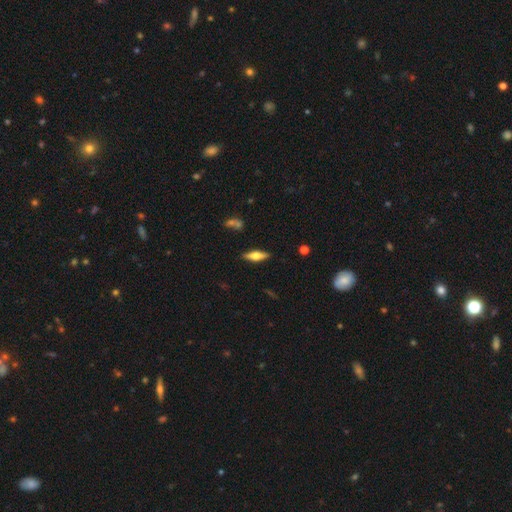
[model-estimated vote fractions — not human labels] The model was most divided on "smooth or featured": featured or disk: 49%, smooth: 44%, star or artifact: 7%. More confident: merging — none (87%).